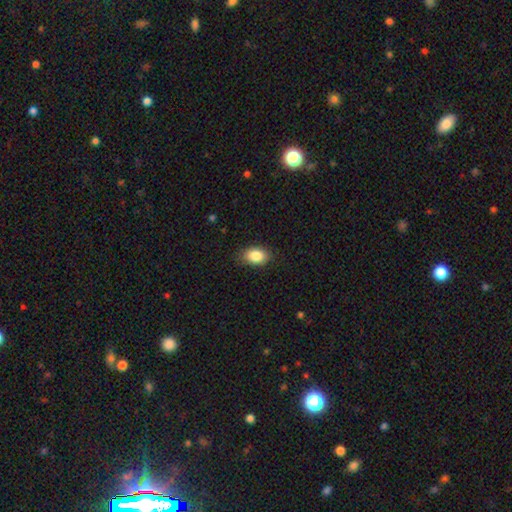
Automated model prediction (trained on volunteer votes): Overall: smooth (87%). How rounded: in between (86%). Merging: none (84%).